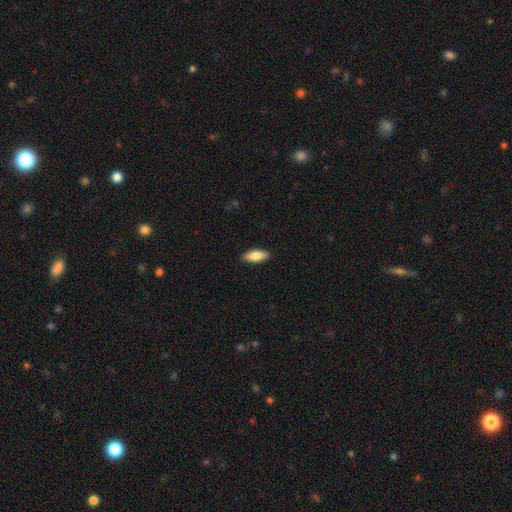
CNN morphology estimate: Smooth or featured? smooth (82%)
How rounded? in between (77%)
Merging? none (89%)